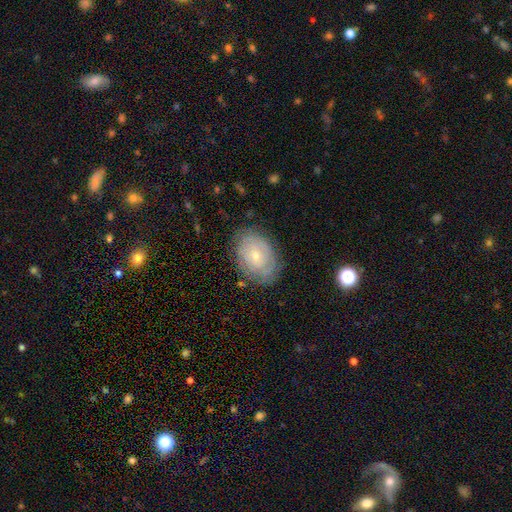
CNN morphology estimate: Smooth or featured? Predicted: featured or disk (p=0.64). Edge-on disk? Predicted: no (p=0.96). Bar? Predicted: no (p=0.74). Spiral arms? Predicted: yes (p=0.73). Bulge size? Predicted: small (p=0.70). Merging? Predicted: none (p=0.75).